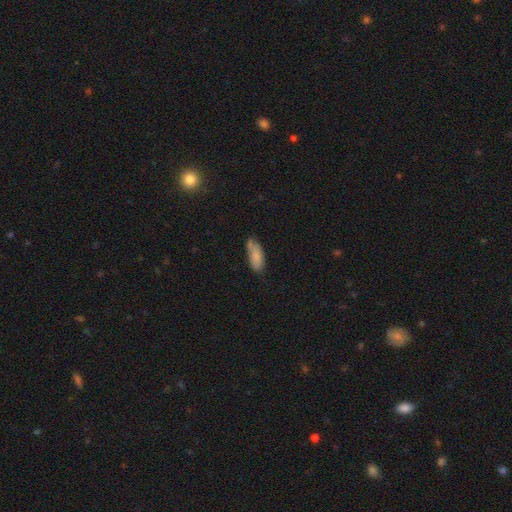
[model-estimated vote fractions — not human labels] Morphology: type=smooth (82%); roundness=in between (76%); merging=none (56%).